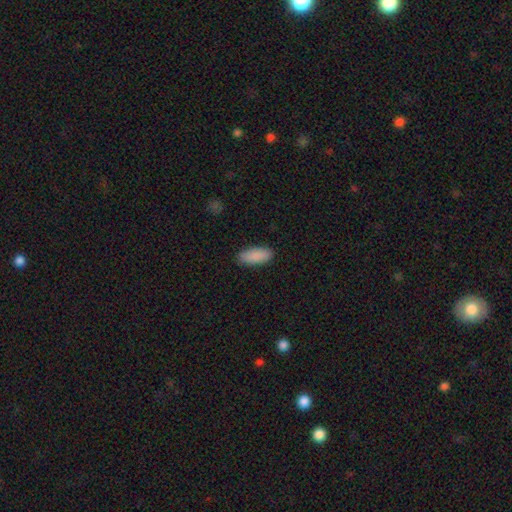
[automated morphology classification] smooth_or_featured: smooth (p=0.90) [alt: star or artifact p=0.06]
how_rounded: in between (p=0.84) [alt: cigar-shaped p=0.14]
merging: none (p=0.88) [alt: minor disturbance p=0.09]